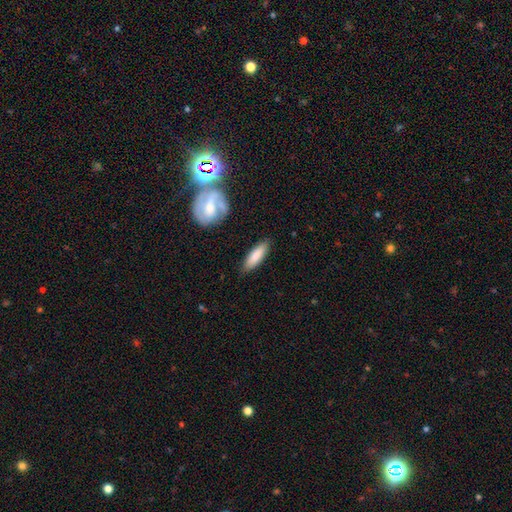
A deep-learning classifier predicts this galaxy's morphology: type=smooth (82%); roundness=in between (50%); merging=none (85%).